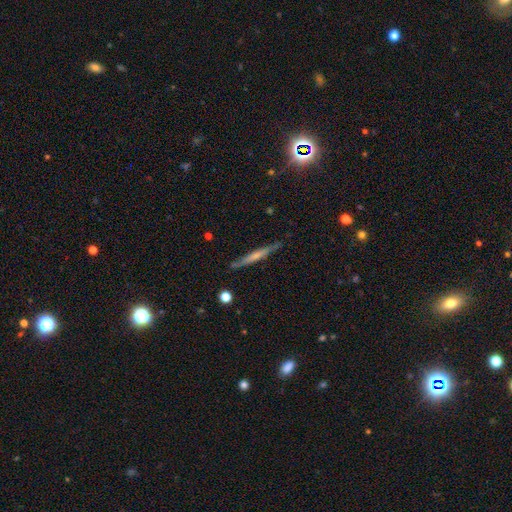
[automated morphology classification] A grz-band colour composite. It shows a featured or disk galaxy (56%) viewed edge-on (96%) with no central bulge (52%). Merging: none (84%).